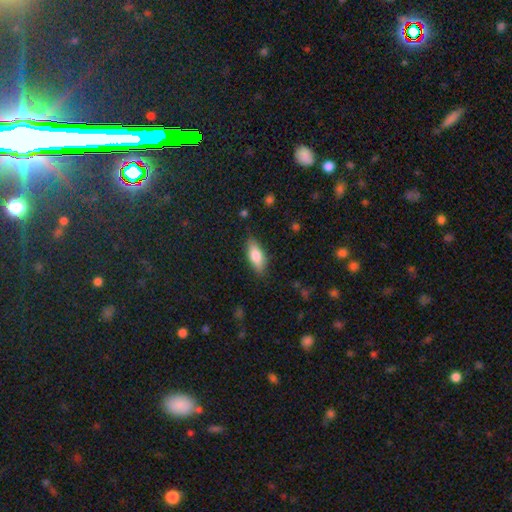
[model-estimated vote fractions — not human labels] A smooth galaxy with no disk features (76%) that is in between round and cigar-shaped (75%).

Vote fractions:
- Smooth or featured? smooth: 76% / featured or disk: 18% / star or artifact: 6%
- How rounded? in between: 75% / cigar-shaped: 23% / round: 2%
- Merging? none: 85% / minor disturbance: 11% / major disturbance: 3% / merger: 1%